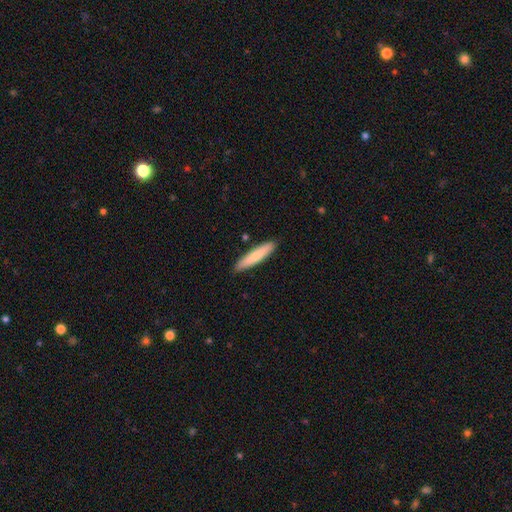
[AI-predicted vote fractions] Smooth or featured? smooth (73%)
How rounded? cigar-shaped (87%)
Merging? none (89%)